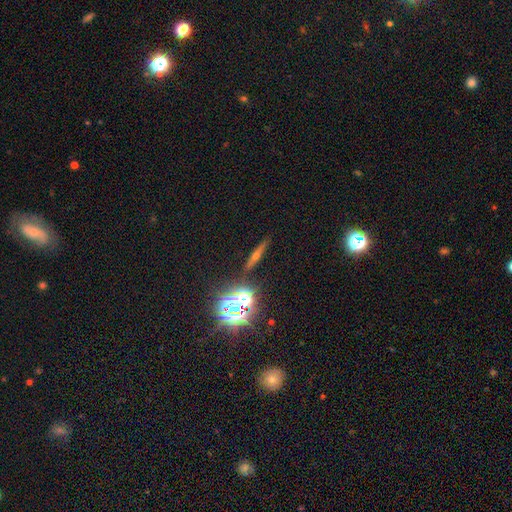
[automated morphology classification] The model was most divided on "smooth or featured": featured or disk: 47%, star or artifact: 32%, smooth: 21%. More confident: merging — none (86%).